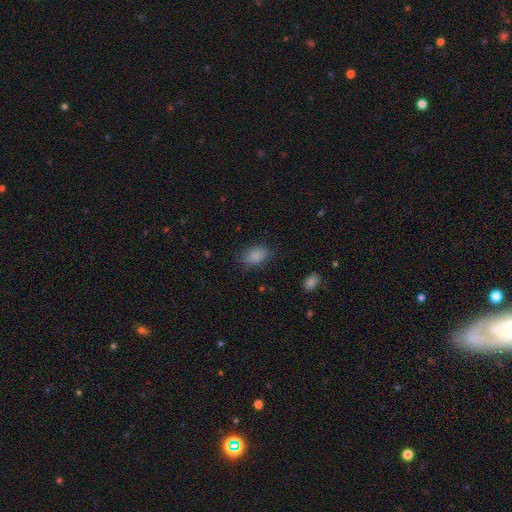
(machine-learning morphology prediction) Q: Smooth or featured?
A: smooth (86%); runner-up: star or artifact (9%)
Q: How rounded?
A: in between (85%); runner-up: round (14%)
Q: Merging?
A: none (79%); runner-up: minor disturbance (15%)